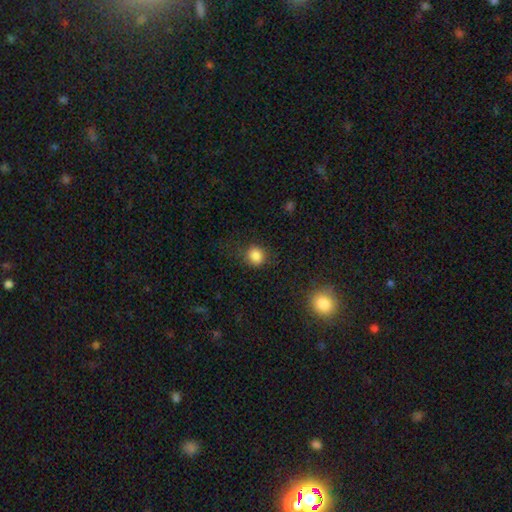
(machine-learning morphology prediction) smooth_or_featured: smooth (p=0.85) [alt: star or artifact p=0.10]
how_rounded: round (p=0.82) [alt: in between p=0.17]
merging: none (p=0.80) [alt: minor disturbance p=0.13]